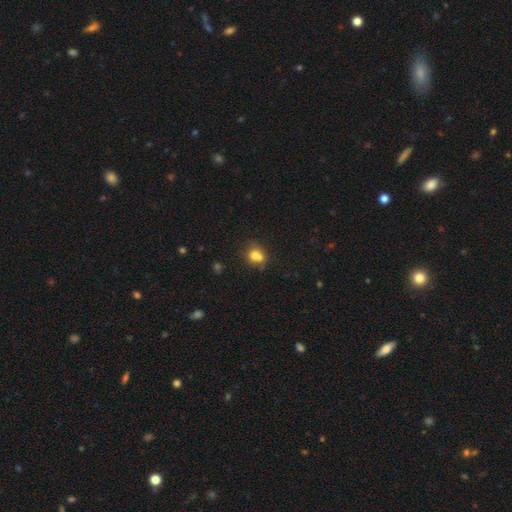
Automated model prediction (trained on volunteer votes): smooth-or-featured: smooth: 74% | featured or disk: 15% | star or artifact: 12%
  how-rounded: round: 61% | in between: 38% | cigar-shaped: 1%
  merging: none: 41% | merger: 40% | minor disturbance: 14% | major disturbance: 5%